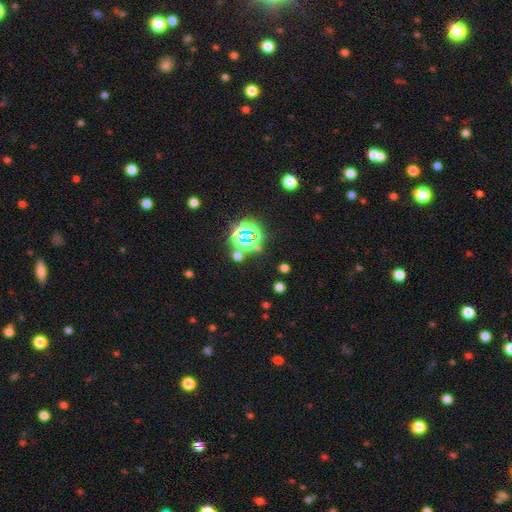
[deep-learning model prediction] Smooth or featured? star or artifact (79%)